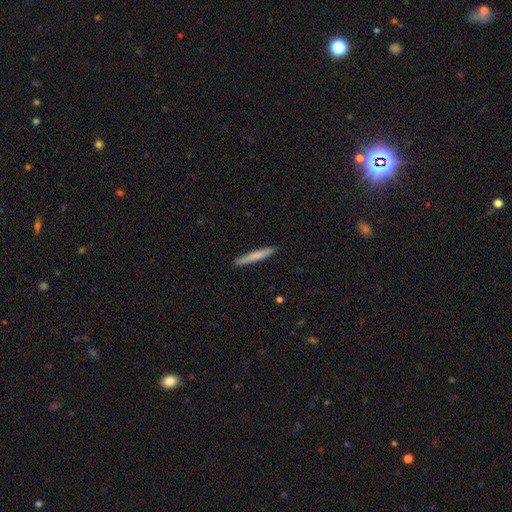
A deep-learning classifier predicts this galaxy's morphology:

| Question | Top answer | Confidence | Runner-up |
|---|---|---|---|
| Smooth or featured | smooth | 74% | featured or disk (21%) |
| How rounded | cigar-shaped | 96% | in between (3%) |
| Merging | none | 91% | minor disturbance (7%) |